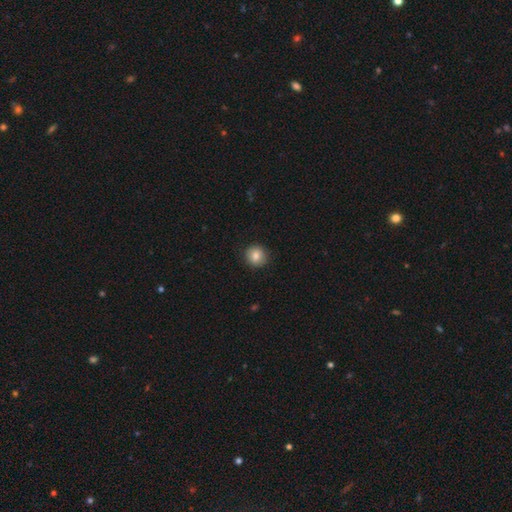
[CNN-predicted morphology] A smooth galaxy with no disk features (83%) that is round (92%). Merging: none (91%).